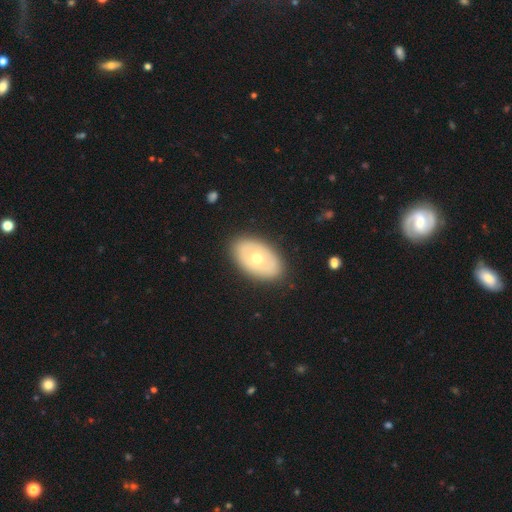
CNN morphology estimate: smooth 44%, featured or disk 42%, star or artifact 13%. Down the decision tree: merging — none (86%).